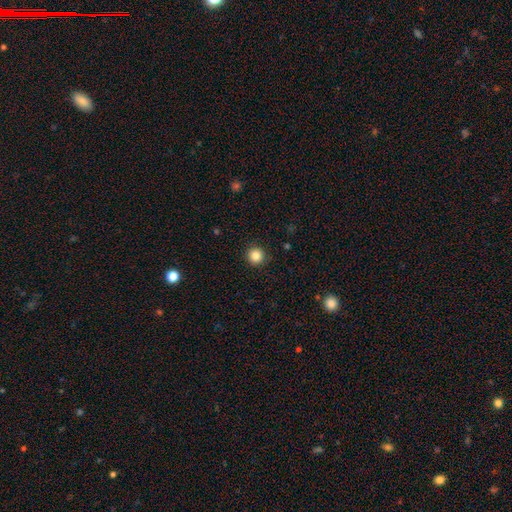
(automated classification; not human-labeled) Morphology: type=smooth (85%); roundness=round (96%); merging=none (92%).